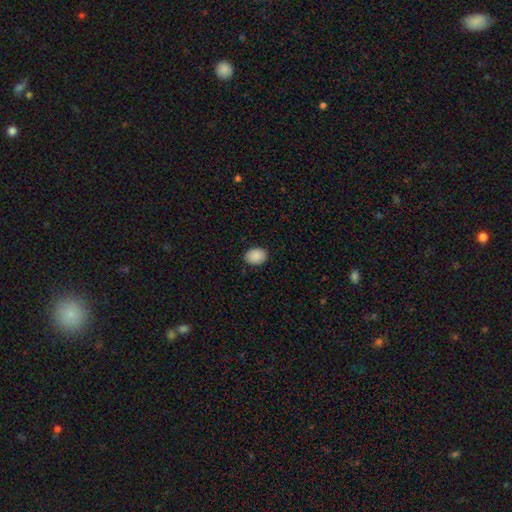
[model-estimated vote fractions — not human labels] Smooth or featured? smooth (90%)
How rounded? in between (60%)
Merging? none (89%)